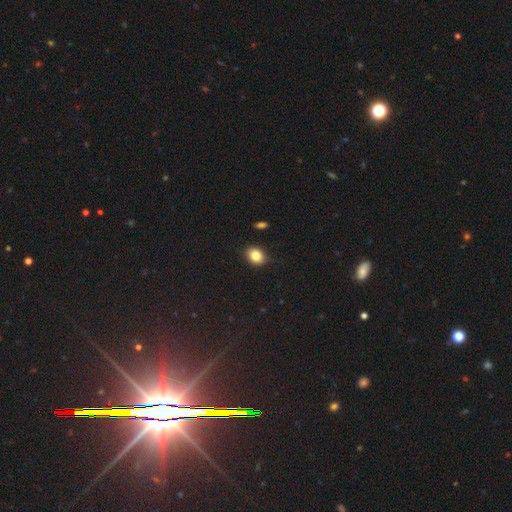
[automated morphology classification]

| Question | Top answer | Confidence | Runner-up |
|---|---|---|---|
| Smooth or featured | smooth | 84% | star or artifact (10%) |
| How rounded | in between | 51% | round (48%) |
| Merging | none | 84% | minor disturbance (12%) |